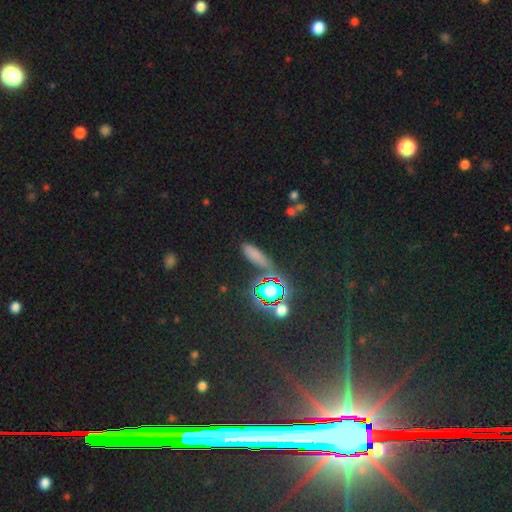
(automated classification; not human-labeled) A smooth galaxy with no disk features (57%) that is cigar-shaped (51%).

Vote fractions:
- Smooth or featured? smooth: 57% / star or artifact: 32% / featured or disk: 11%
- How rounded? cigar-shaped: 51% / in between: 40% / round: 9%
- Merging? none: 71% / minor disturbance: 16% / major disturbance: 7% / merger: 6%